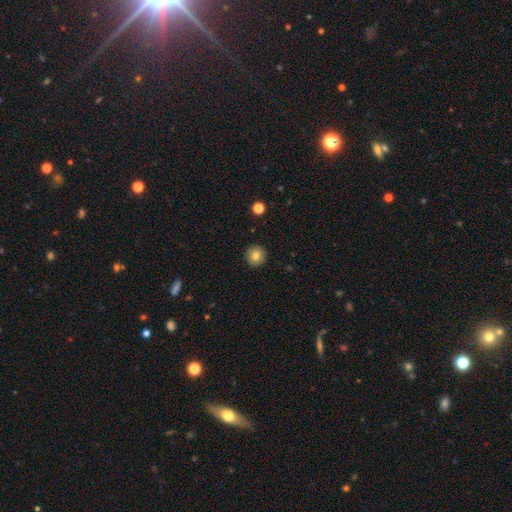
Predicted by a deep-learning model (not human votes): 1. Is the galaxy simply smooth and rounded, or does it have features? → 81% smooth, 10% featured or disk, 9% star or artifact.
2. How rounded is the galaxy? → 95% round, 4% in between, 1% cigar-shaped.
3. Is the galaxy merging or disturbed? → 92% none, 5% minor disturbance, 2% major disturbance, 1% merger.